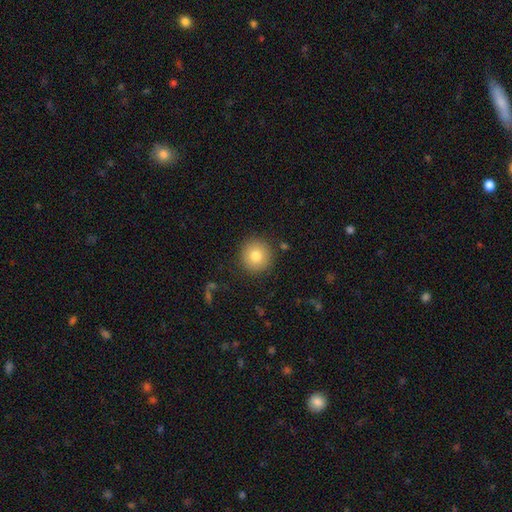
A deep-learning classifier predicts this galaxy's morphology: This appears to be a smooth galaxy with no disk features (80%) that is round (94%). Merging: none (89%).